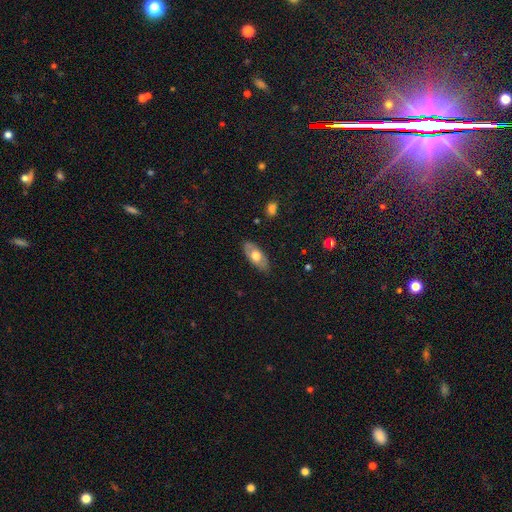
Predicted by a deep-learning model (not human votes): Q: Smooth or featured?
A: smooth (57%); runner-up: featured or disk (37%)
Q: How rounded?
A: in between (87%); runner-up: cigar-shaped (9%)
Q: Merging?
A: none (84%); runner-up: minor disturbance (13%)